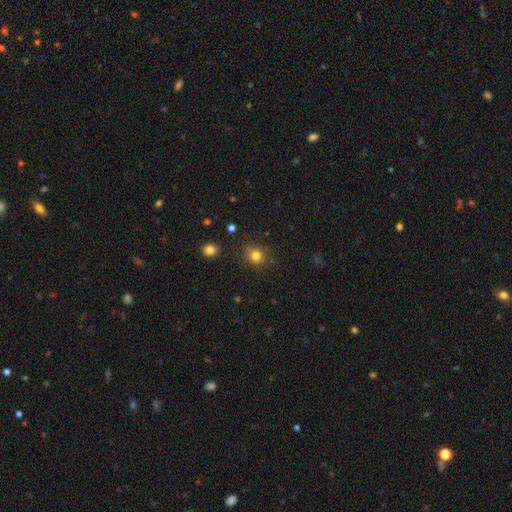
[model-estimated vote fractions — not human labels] Smooth or featured?
  - smooth: 81% *
  - star or artifact: 13%
  - featured or disk: 6%
How rounded?
  - round: 84% *
  - in between: 15%
  - cigar-shaped: 1%
Merging?
  - none: 84% *
  - minor disturbance: 11%
  - major disturbance: 3%
  - merger: 2%